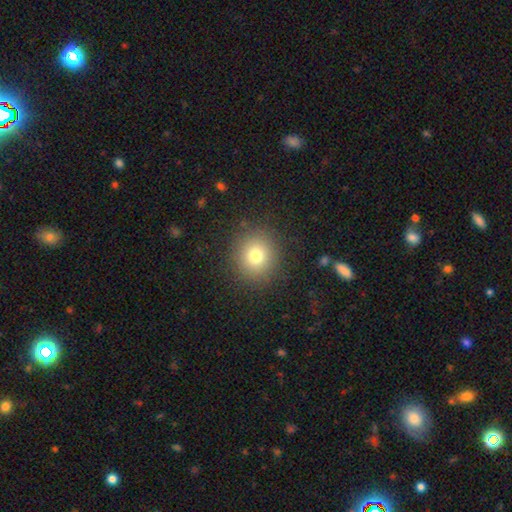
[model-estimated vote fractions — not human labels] Smooth or featured? smooth (75%)
How rounded? round (90%)
Merging? none (89%)